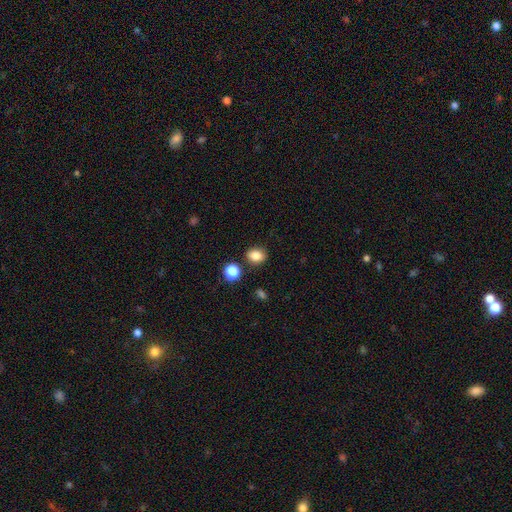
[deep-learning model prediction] A smooth galaxy with no disk features (82%) that is in between round and cigar-shaped (51%). Merging: none (83%).